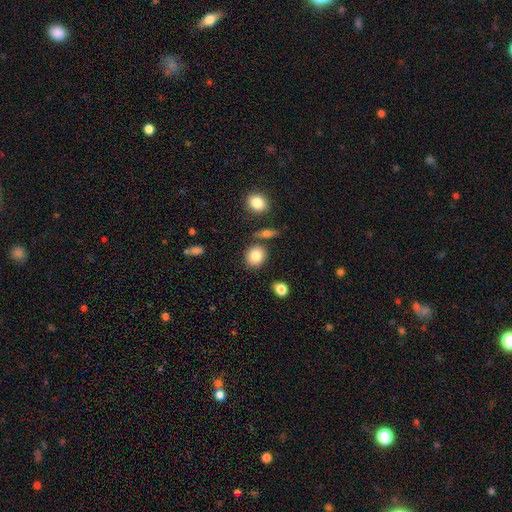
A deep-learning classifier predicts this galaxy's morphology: Smooth or featured?
  - smooth: 83% *
  - star or artifact: 9%
  - featured or disk: 8%
How rounded?
  - round: 72% *
  - in between: 26%
  - cigar-shaped: 1%
Merging?
  - none: 79% *
  - minor disturbance: 11%
  - merger: 7%
  - major disturbance: 3%